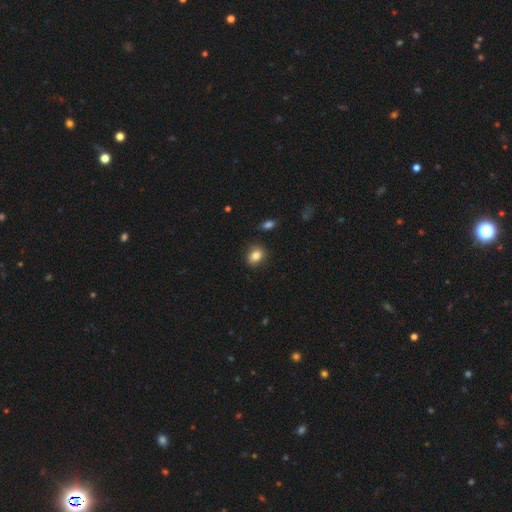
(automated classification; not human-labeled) Q: Smooth or featured?
A: smooth (83%); runner-up: star or artifact (9%)
Q: How rounded?
A: in between (56%); runner-up: round (43%)
Q: Merging?
A: none (86%); runner-up: minor disturbance (10%)